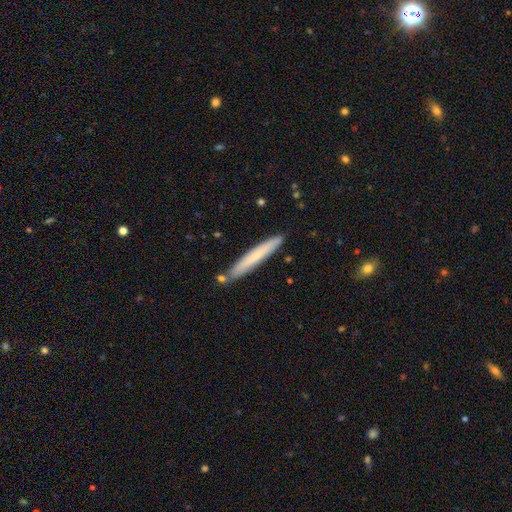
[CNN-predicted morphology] type=smooth (62%); roundness=cigar-shaped (95%); merging=none (84%).